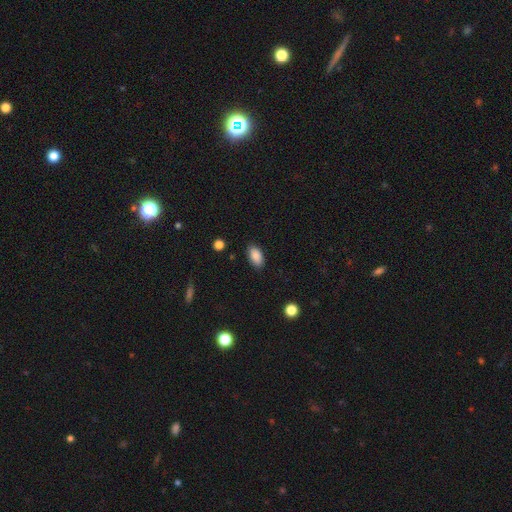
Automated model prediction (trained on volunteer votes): A smooth galaxy with no disk features (88%) that is in between round and cigar-shaped (94%).

Vote fractions:
- Smooth or featured? smooth: 88% / star or artifact: 8% / featured or disk: 5%
- How rounded? in between: 94% / round: 4% / cigar-shaped: 2%
- Merging? none: 86% / minor disturbance: 11% / major disturbance: 2% / merger: 1%